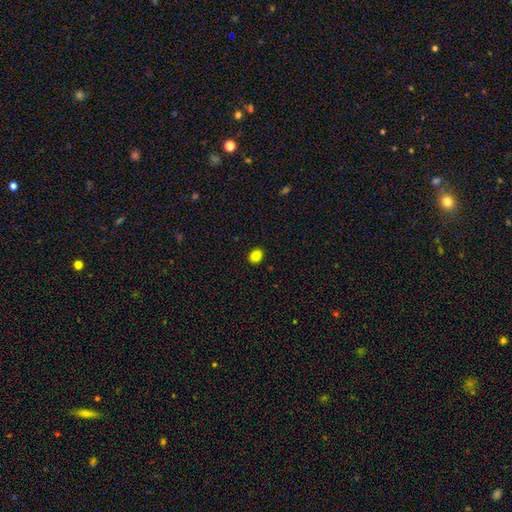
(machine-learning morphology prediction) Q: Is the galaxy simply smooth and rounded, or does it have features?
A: smooth — 86%.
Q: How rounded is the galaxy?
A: in between — 57%.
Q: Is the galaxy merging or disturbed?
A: none — 89%.